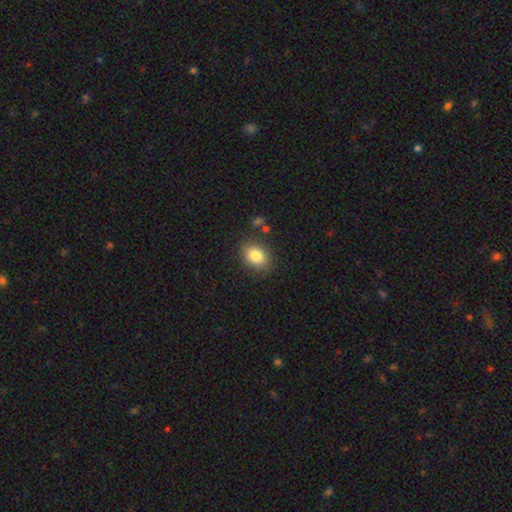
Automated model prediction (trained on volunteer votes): This is clearly a smooth galaxy (84%). How rounded: likely in between (61%). Merging: clearly none (83%).